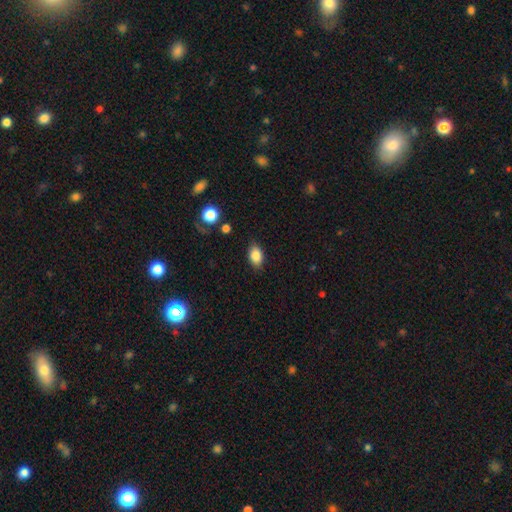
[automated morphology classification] smooth_or_featured: smooth (p=0.85) [alt: star or artifact p=0.08]
how_rounded: in between (p=0.86) [alt: round p=0.12]
merging: none (p=0.84) [alt: minor disturbance p=0.12]